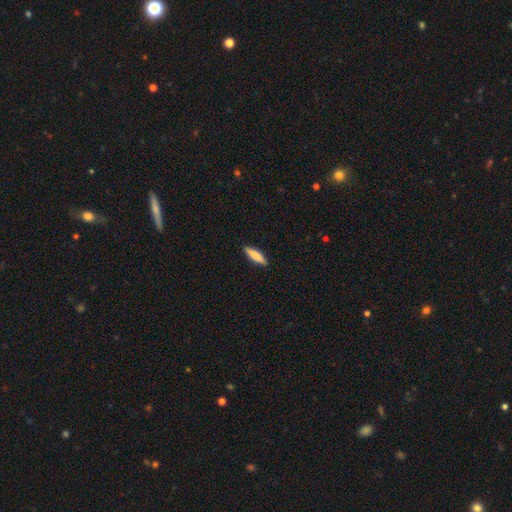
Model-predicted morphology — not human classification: type=smooth (76%); roundness=cigar-shaped (73%); merging=none (90%).